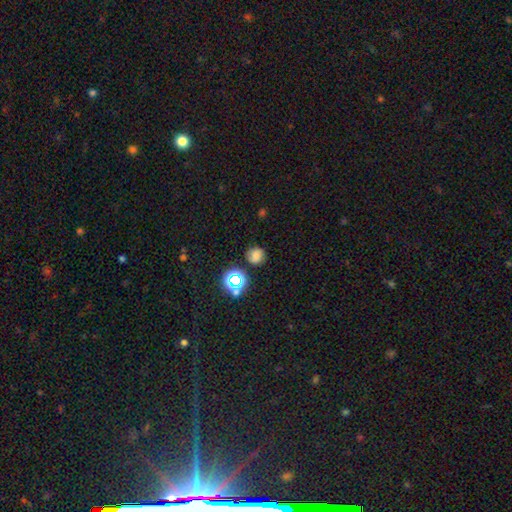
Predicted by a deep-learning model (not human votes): Overall: smooth (70%). How rounded: round (86%). Merging: none (78%).